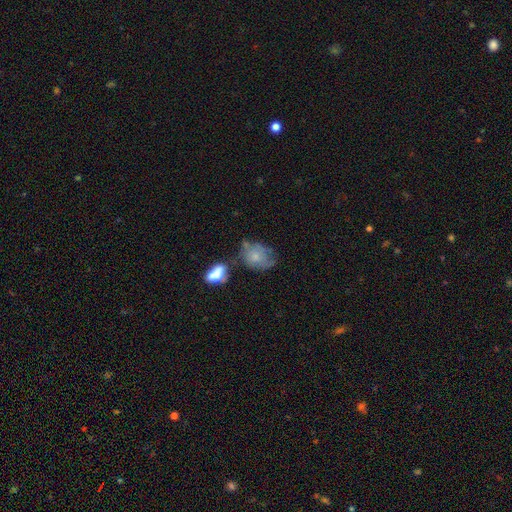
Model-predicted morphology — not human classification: The model was most divided on "merging": none: 36%, minor disturbance: 29%, major disturbance: 20%, merger: 15%. More confident: how rounded — in between (63%); smooth or featured — smooth (57%).